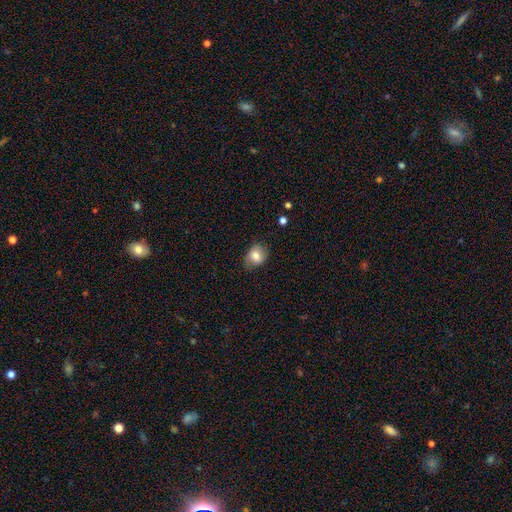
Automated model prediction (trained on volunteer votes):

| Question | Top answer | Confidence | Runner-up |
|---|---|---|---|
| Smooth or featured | smooth | 77% | featured or disk (14%) |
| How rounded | in between | 53% | round (46%) |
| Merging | none | 71% | minor disturbance (23%) |